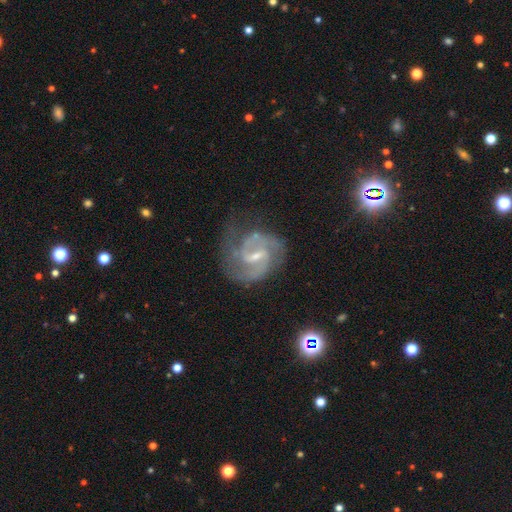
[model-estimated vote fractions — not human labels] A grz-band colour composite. It shows a featured or disk galaxy (89%) with a weak bar (62%), 2 (78%) medium (57%) spiral arms (97%) and a small central bulge (60%). Merging: none (60%).